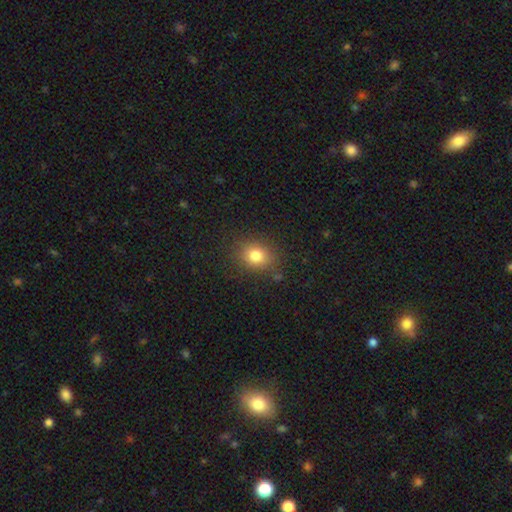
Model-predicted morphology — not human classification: Smooth or featured?
  - smooth: 80% *
  - star or artifact: 12%
  - featured or disk: 8%
How rounded?
  - round: 55% *
  - in between: 43%
  - cigar-shaped: 1%
Merging?
  - none: 83% *
  - minor disturbance: 11%
  - major disturbance: 4%
  - merger: 2%